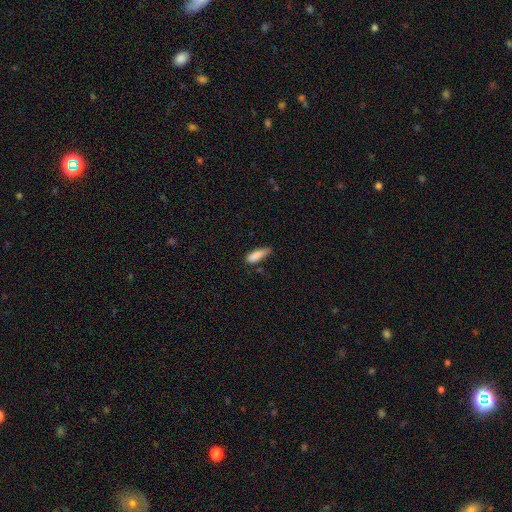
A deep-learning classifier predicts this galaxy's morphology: Smooth or featured?
  - smooth: 85% *
  - featured or disk: 8%
  - star or artifact: 7%
How rounded?
  - cigar-shaped: 53% *
  - in between: 45%
  - round: 2%
Merging?
  - none: 51% *
  - minor disturbance: 36%
  - major disturbance: 9%
  - merger: 4%